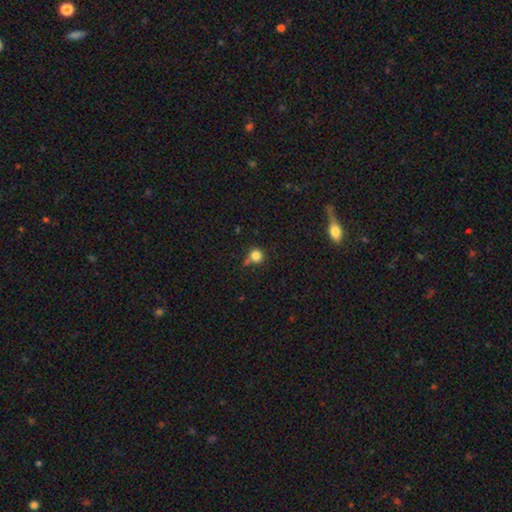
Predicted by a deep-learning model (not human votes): Q: Smooth or featured?
A: smooth (82%); runner-up: star or artifact (12%)
Q: How rounded?
A: round (91%); runner-up: in between (8%)
Q: Merging?
A: none (60%); runner-up: minor disturbance (20%)